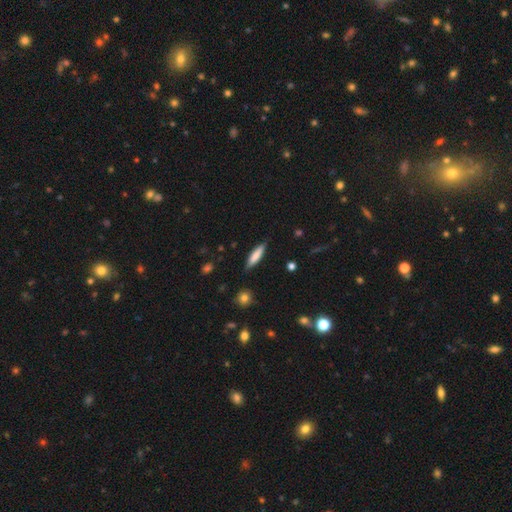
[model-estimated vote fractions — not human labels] Smooth or featured? smooth (77%)
How rounded? cigar-shaped (76%)
Merging? none (86%)